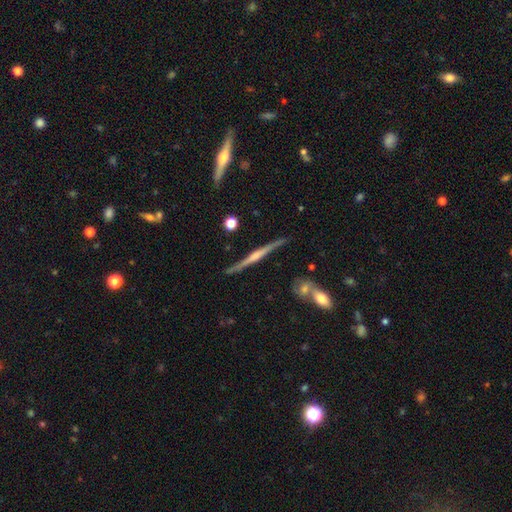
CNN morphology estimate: This is clearly a featured or disk galaxy (80%). It is clearly viewed edge-on (97%). Edge-on bulge: clearly rounded (83%). Merging: clearly none (83%).